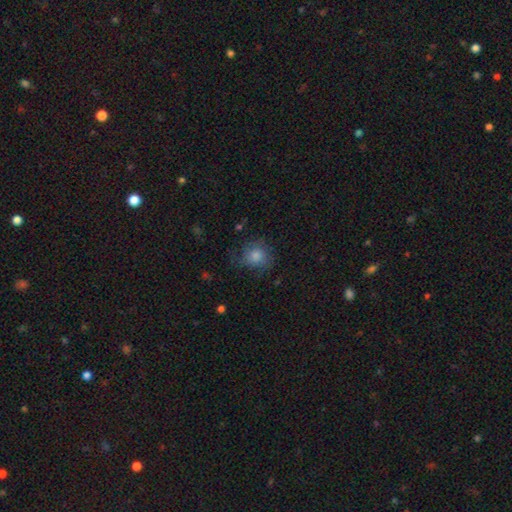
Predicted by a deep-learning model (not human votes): Smooth or featured? smooth (68%)
How rounded? round (78%)
Merging? none (66%)